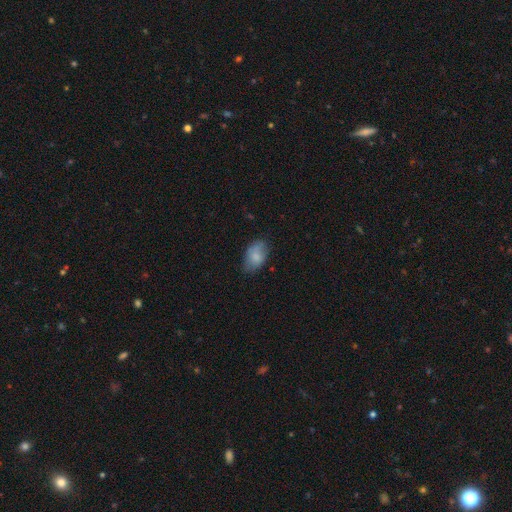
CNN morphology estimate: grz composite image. It shows a smooth galaxy with no disk features (81%) that is in between round and cigar-shaped (90%). Merging: none (68%).